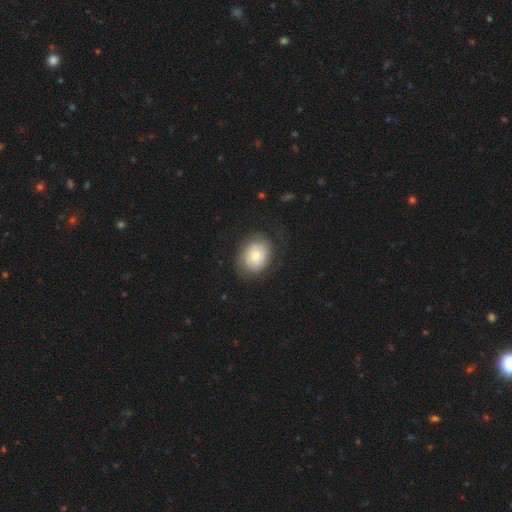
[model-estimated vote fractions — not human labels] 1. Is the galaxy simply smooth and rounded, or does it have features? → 69% smooth, 23% featured or disk, 7% star or artifact.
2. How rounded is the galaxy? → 54% in between, 45% round, 1% cigar-shaped.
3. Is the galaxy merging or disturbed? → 74% none, 17% minor disturbance, 7% major disturbance, 1% merger.